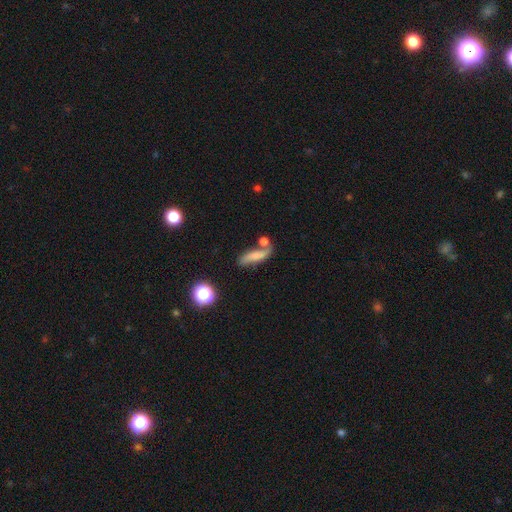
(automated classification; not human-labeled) Smooth or featured?
  - smooth: 57% *
  - featured or disk: 32%
  - star or artifact: 11%
How rounded?
  - cigar-shaped: 56% *
  - in between: 37%
  - round: 7%
Merging?
  - none: 54% *
  - minor disturbance: 19%
  - merger: 19%
  - major disturbance: 8%